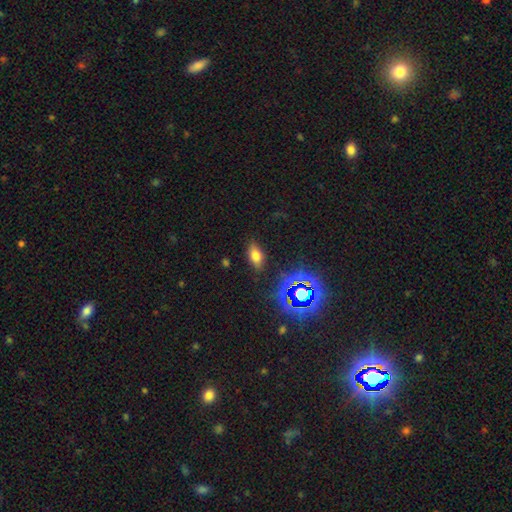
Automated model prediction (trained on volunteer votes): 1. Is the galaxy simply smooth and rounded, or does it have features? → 65% smooth, 22% star or artifact, 13% featured or disk.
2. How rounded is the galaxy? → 85% in between, 8% cigar-shaped, 7% round.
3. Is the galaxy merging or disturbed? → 86% none, 10% minor disturbance, 3% major disturbance, 2% merger.